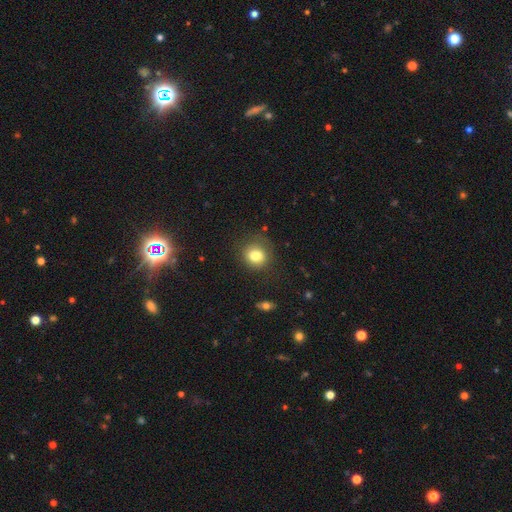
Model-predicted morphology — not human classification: smooth 81%, star or artifact 10%, featured or disk 9%. Down the decision tree: how rounded — round (75%); merging — none (76%).